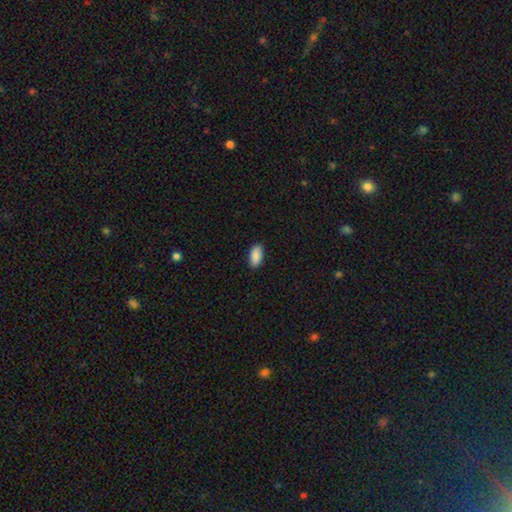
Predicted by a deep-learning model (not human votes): Morphology: type=smooth (91%); roundness=in between (94%); merging=none (89%).